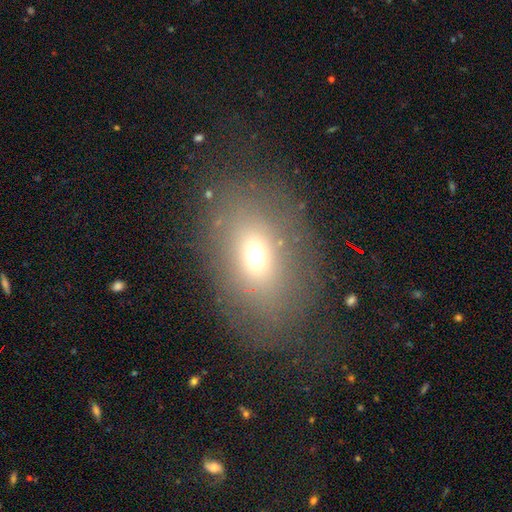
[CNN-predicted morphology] The model was most divided on "how rounded": in between: 71%, round: 28%, cigar-shaped: 2%. More confident: merging — none (72%); smooth or featured — smooth (62%).